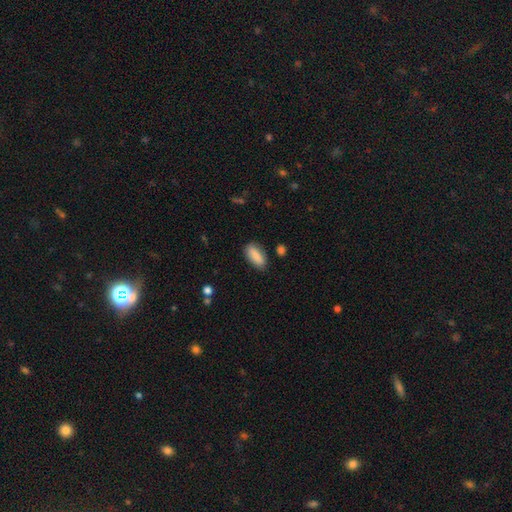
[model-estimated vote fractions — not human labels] This is clearly a smooth galaxy (86%). How rounded: clearly in between (82%). Merging: clearly none (83%).